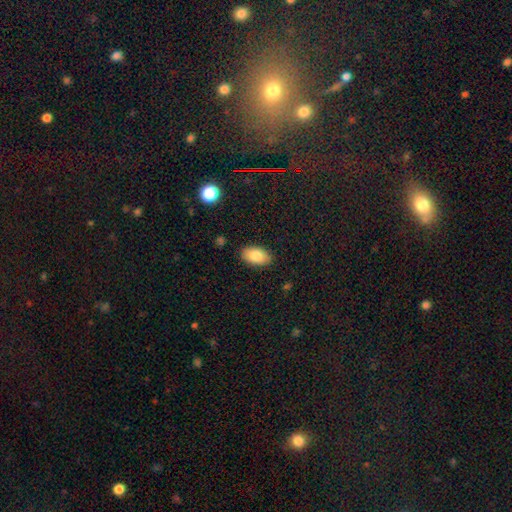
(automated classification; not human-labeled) Smooth or featured? Predicted: smooth (p=0.83). How rounded? Predicted: in between (p=0.93). Merging? Predicted: none (p=0.88).